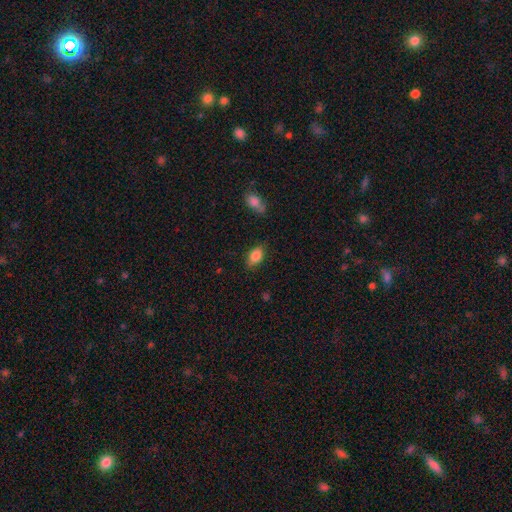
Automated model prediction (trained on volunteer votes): Smooth or featured?
  - smooth: 85% *
  - star or artifact: 8%
  - featured or disk: 7%
How rounded?
  - in between: 87% *
  - round: 10%
  - cigar-shaped: 3%
Merging?
  - none: 79% *
  - minor disturbance: 16%
  - major disturbance: 3%
  - merger: 2%